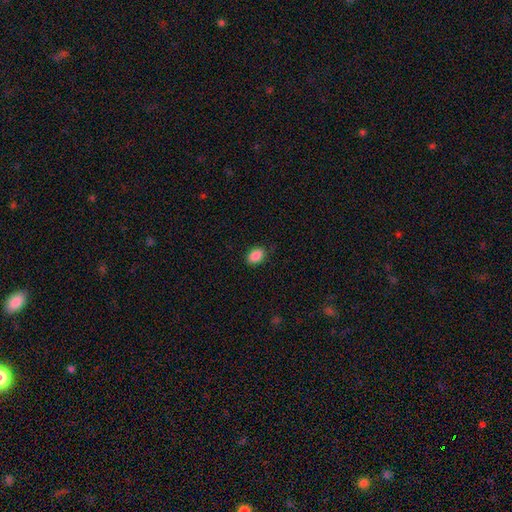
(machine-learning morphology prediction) This appears to be a smooth galaxy with no disk features (89%) that is in between round and cigar-shaped (81%). Merging: none (83%).